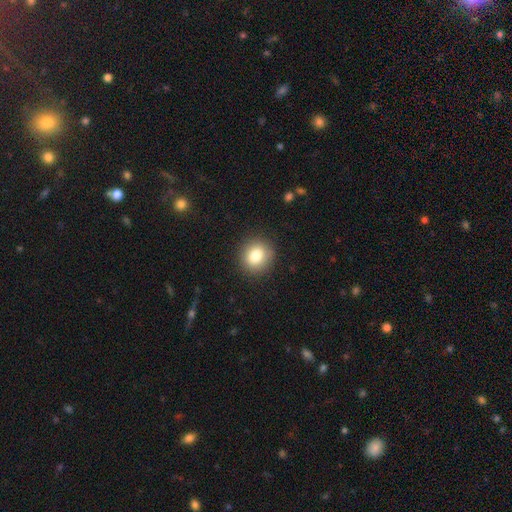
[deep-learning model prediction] This is clearly a smooth galaxy (82%). How rounded: clearly round (81%). Merging: clearly none (89%).